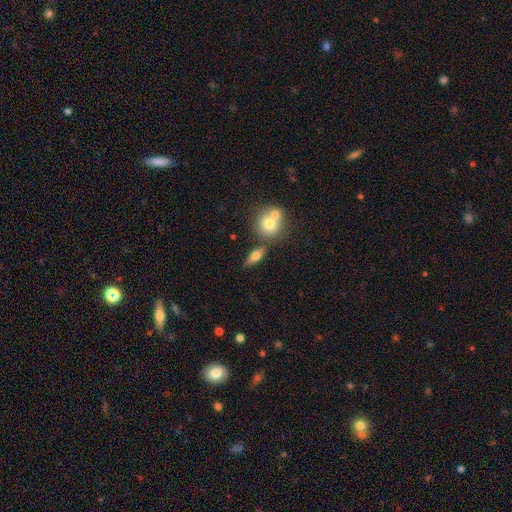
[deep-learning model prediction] A smooth galaxy with no disk features (59%) that is in between round and cigar-shaped (63%). Merging: none (67%).